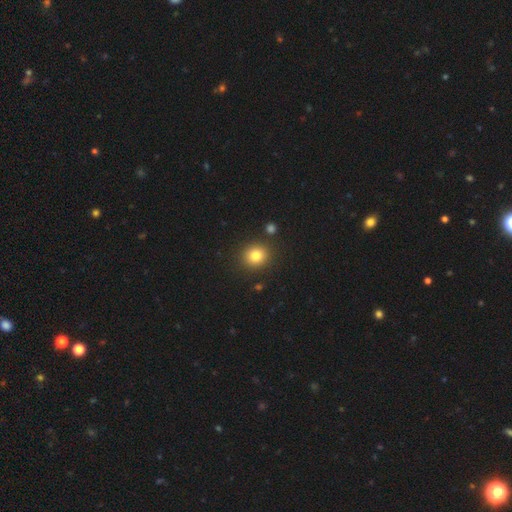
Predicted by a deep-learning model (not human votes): This is clearly a smooth galaxy (82%). How rounded: clearly round (83%). Merging: clearly none (86%).